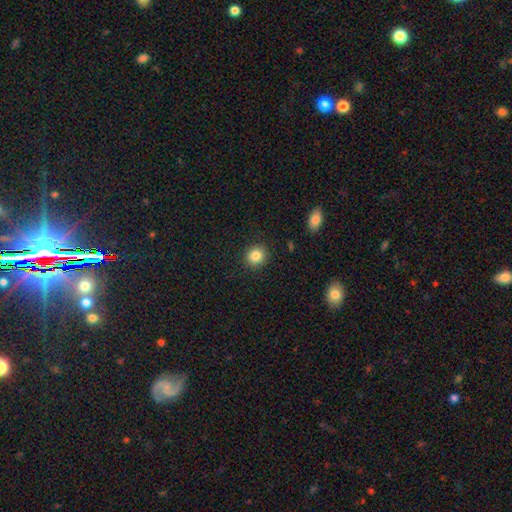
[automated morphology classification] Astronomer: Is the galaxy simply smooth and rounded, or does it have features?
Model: smooth — 84%.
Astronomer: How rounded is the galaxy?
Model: round — 86%.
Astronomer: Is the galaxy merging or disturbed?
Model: none — 90%.